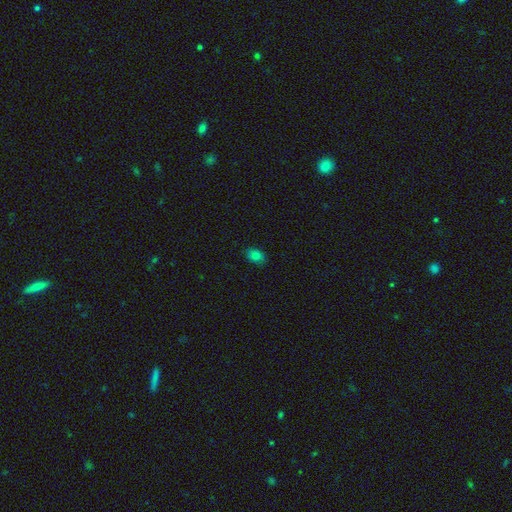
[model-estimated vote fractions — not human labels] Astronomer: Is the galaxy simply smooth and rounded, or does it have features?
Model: smooth — 81%.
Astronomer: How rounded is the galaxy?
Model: in between — 78%.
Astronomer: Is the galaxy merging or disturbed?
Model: none — 85%.